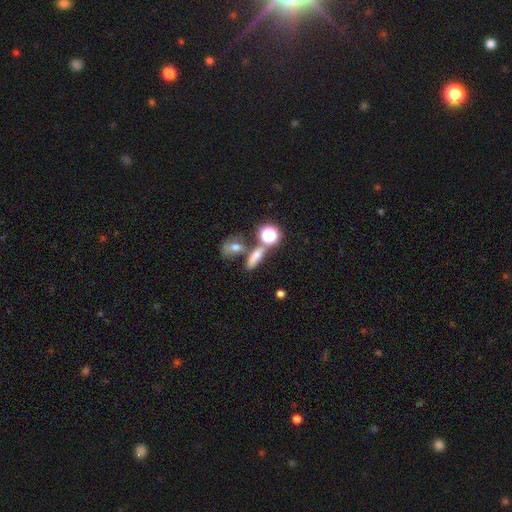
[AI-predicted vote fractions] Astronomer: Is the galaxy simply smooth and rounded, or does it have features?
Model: smooth — 63%.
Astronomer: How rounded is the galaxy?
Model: in between — 42% (runner-up: cigar-shaped, 39%).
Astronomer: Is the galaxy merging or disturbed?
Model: none — 57%.